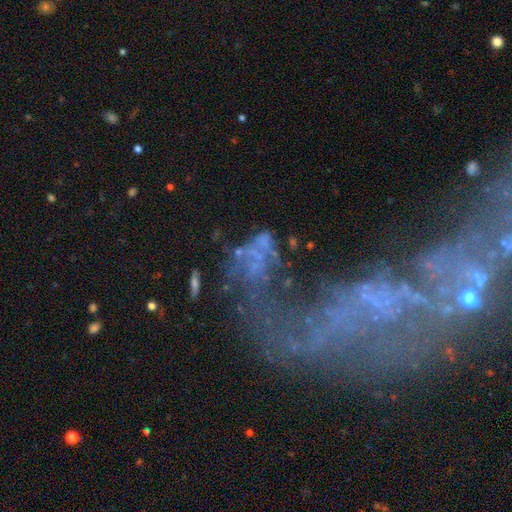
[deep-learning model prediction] Smooth or featured: featured or disk — 50% (star or artifact — 29%)
Merging: major disturbance — 41% (none — 23%)